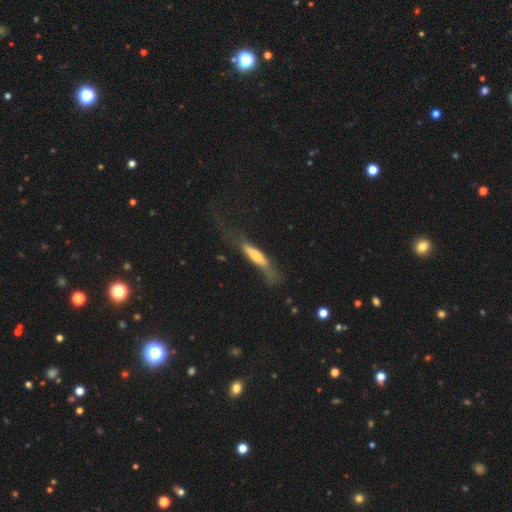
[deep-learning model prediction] Smooth or featured? Predicted: featured or disk (p=0.47). Merging? Predicted: major disturbance (p=0.41).